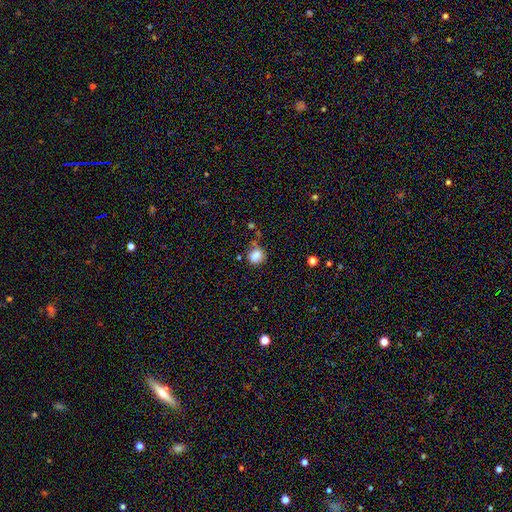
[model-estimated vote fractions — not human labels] Smooth or featured? Predicted: smooth (p=0.80). How rounded? Predicted: round (p=0.58). Merging? Predicted: none (p=0.62).